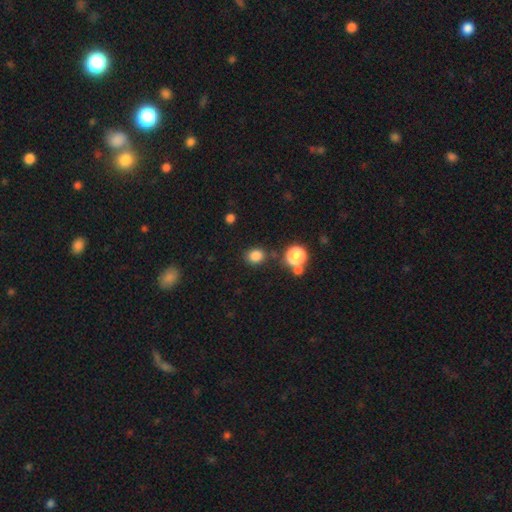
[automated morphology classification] Smooth or featured? smooth (83%)
How rounded? round (65%)
Merging? none (79%)